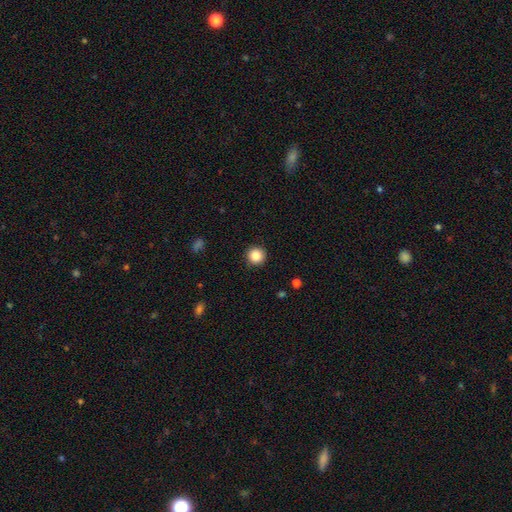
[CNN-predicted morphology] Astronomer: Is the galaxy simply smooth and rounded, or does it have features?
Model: smooth — 86%.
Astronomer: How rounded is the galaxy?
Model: round — 94%.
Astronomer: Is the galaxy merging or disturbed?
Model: none — 92%.